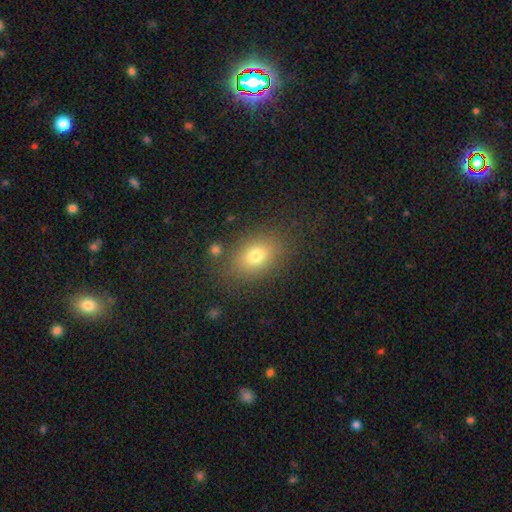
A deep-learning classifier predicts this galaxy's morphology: Q: Smooth or featured?
A: smooth (76%); runner-up: star or artifact (12%)
Q: How rounded?
A: in between (76%); runner-up: round (23%)
Q: Merging?
A: none (82%); runner-up: minor disturbance (11%)